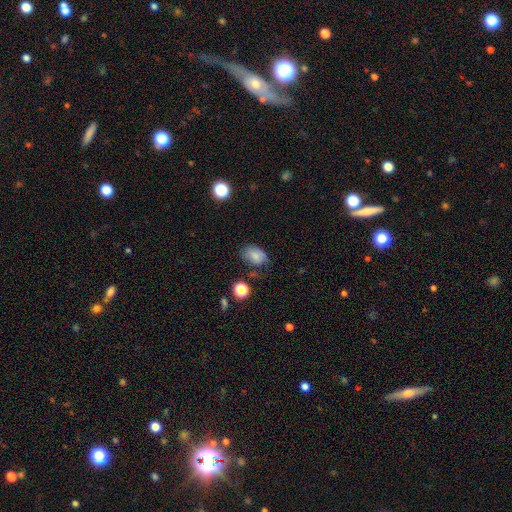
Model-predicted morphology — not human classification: A smooth galaxy with no disk features (79%) that is in between round and cigar-shaped (78%). Merging: none (61%).